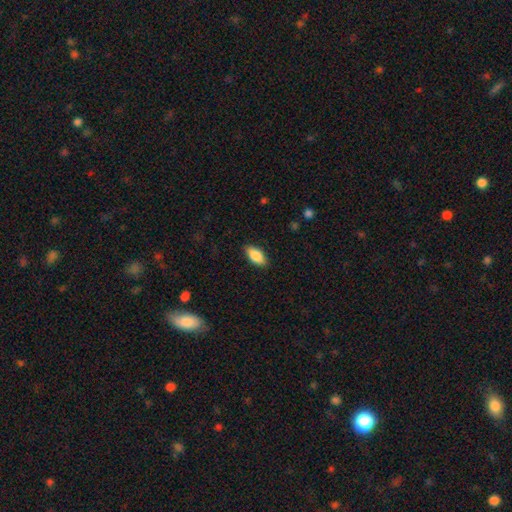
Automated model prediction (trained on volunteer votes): This is clearly a smooth galaxy (86%). How rounded: clearly in between (89%). Merging: clearly none (87%).